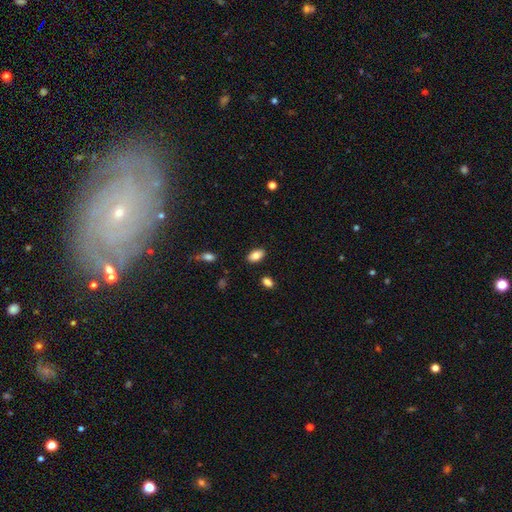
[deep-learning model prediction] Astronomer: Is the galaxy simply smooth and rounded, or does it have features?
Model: smooth — 84%.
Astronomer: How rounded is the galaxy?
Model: in between — 93%.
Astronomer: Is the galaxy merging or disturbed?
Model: none — 87%.